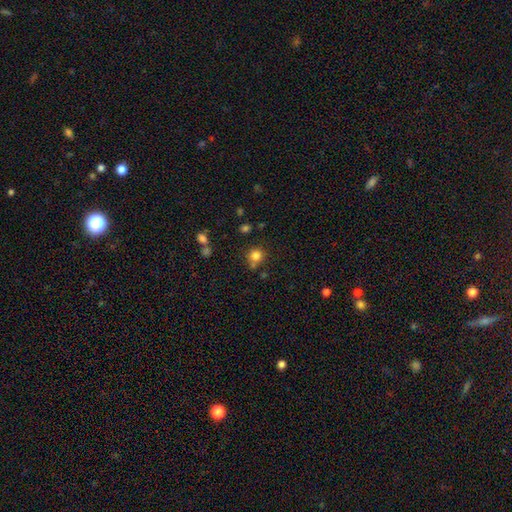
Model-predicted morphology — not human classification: This is clearly a smooth galaxy (80%). How rounded: clearly round (90%). Merging: likely none (70%).